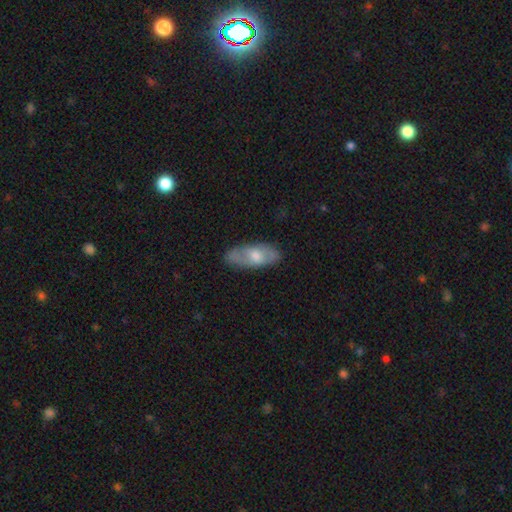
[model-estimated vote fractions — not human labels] A smooth galaxy with no disk features (55%) that is in between round and cigar-shaped (79%). Merging: none (79%).